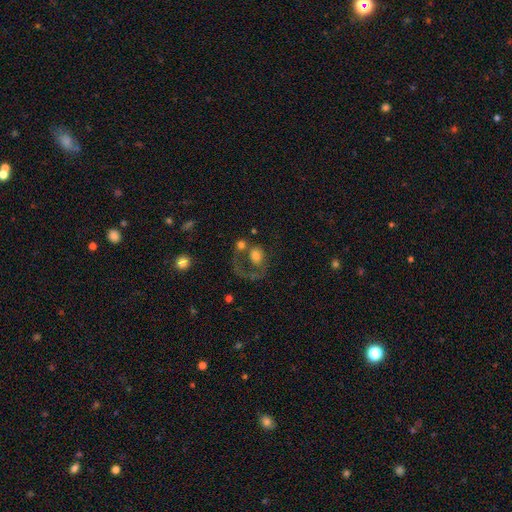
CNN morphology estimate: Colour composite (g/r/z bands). It shows a smooth galaxy with no disk features (53%) that is round (60%). Merging: major disturbance (33%).